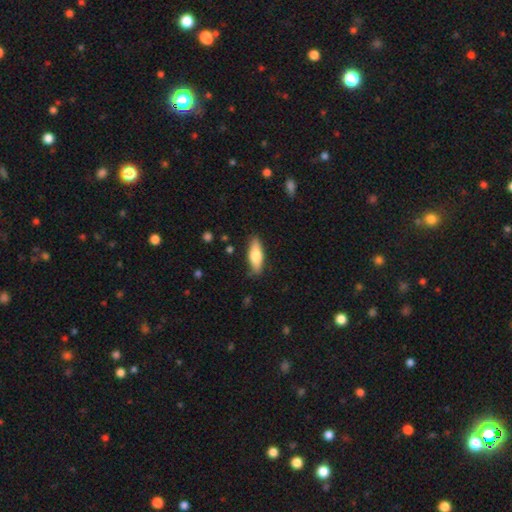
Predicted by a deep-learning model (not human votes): smooth-or-featured: smooth: 67% | featured or disk: 27% | star or artifact: 6%
  how-rounded: in between: 58% | cigar-shaped: 40% | round: 2%
  merging: none: 86% | minor disturbance: 11% | major disturbance: 2% | merger: 1%